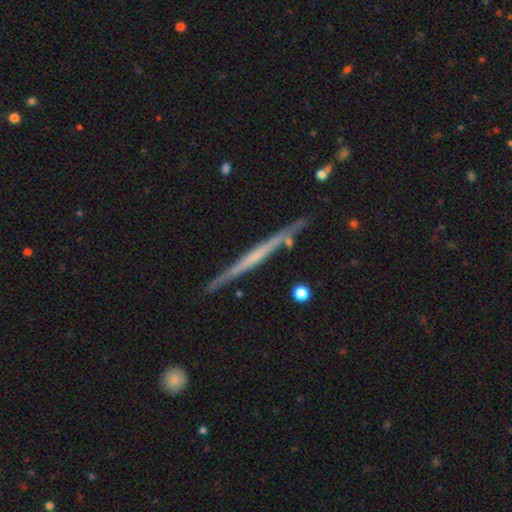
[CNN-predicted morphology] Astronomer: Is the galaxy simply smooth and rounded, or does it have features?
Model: featured or disk — 67%.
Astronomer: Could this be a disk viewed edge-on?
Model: yes — 97%.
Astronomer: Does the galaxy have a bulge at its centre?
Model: none — 80%.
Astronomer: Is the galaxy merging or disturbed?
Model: none — 86%.